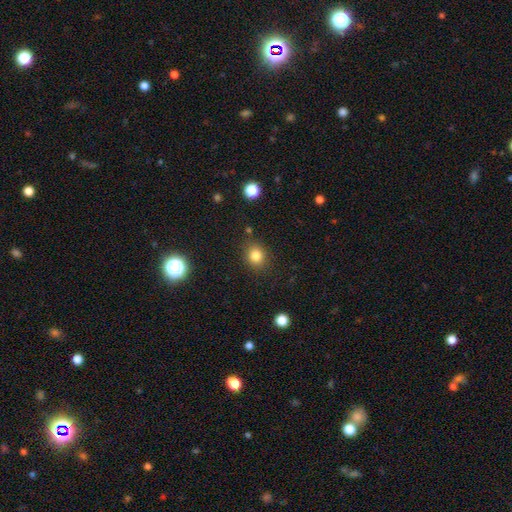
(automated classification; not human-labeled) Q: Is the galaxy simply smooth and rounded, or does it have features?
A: smooth — 82%.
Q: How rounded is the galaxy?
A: round — 70%.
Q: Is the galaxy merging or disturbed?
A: none — 85%.